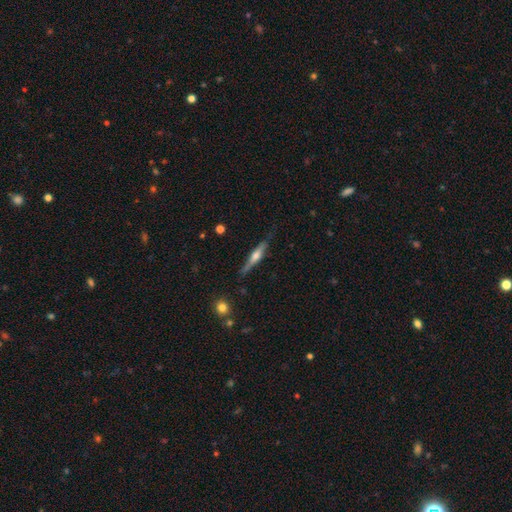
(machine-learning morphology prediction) Q: Smooth or featured?
A: featured or disk (62%); runner-up: smooth (32%)
Q: Edge-on disk?
A: yes (96%); runner-up: no (4%)
Q: Edge-on bulge?
A: rounded (79%); runner-up: boxy (13%)
Q: Merging?
A: none (80%); runner-up: minor disturbance (15%)